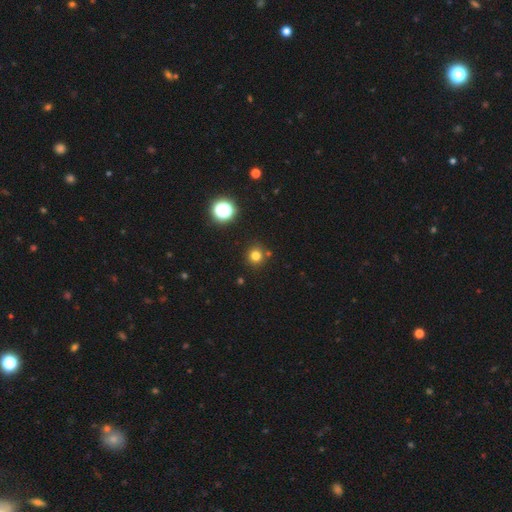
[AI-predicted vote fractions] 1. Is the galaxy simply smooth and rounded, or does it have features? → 76% smooth, 18% star or artifact, 6% featured or disk.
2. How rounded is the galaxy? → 93% round, 6% in between, 1% cigar-shaped.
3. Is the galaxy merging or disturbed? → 85% none, 7% minor disturbance, 5% merger, 2% major disturbance.